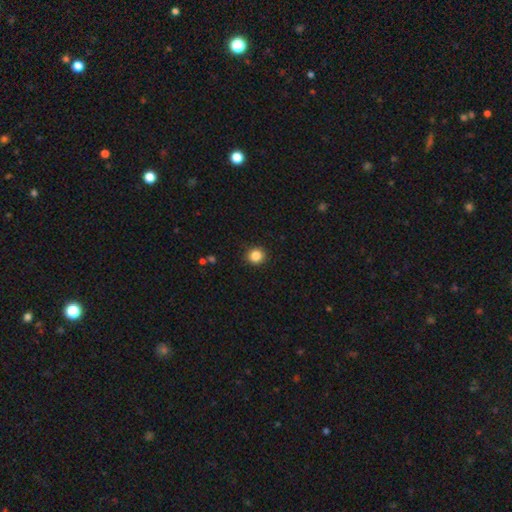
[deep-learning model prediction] This appears to be a smooth galaxy with no disk features (85%) that is round (90%). Merging: none (91%).